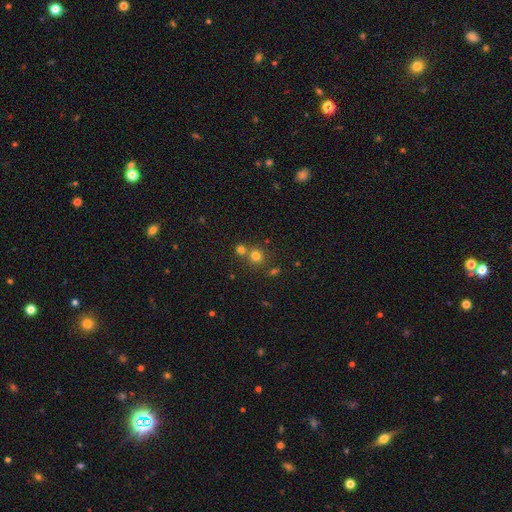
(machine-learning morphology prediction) Q: Smooth or featured?
A: smooth (73%); runner-up: star or artifact (18%)
Q: How rounded?
A: round (89%); runner-up: in between (10%)
Q: Merging?
A: none (61%); runner-up: merger (29%)